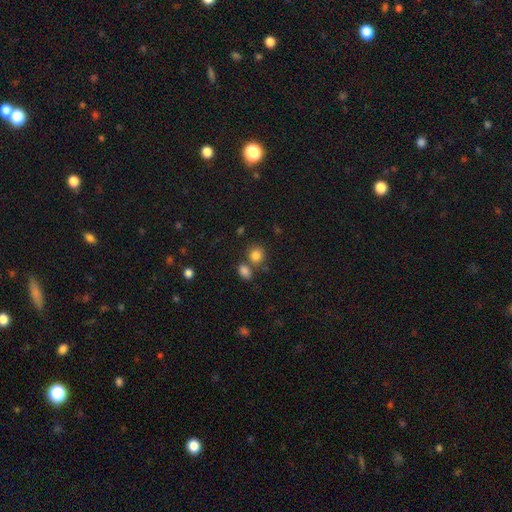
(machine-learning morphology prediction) smooth_or_featured: smooth (p=0.83) [alt: star or artifact p=0.11]
how_rounded: round (p=0.77) [alt: in between p=0.22]
merging: none (p=0.61) [alt: merger p=0.25]